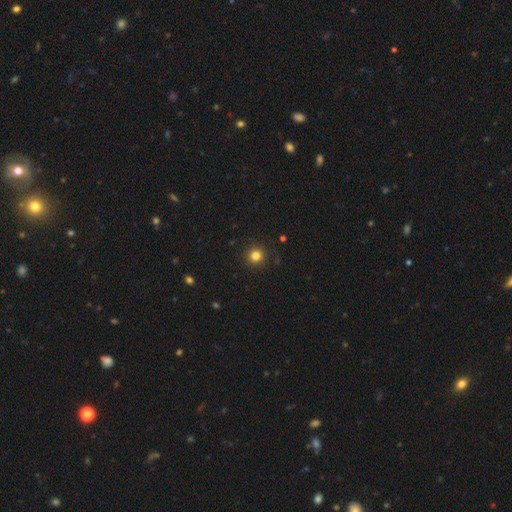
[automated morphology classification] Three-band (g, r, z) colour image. It shows a smooth galaxy with no disk features (82%) that is round (94%). Merging: none (91%).